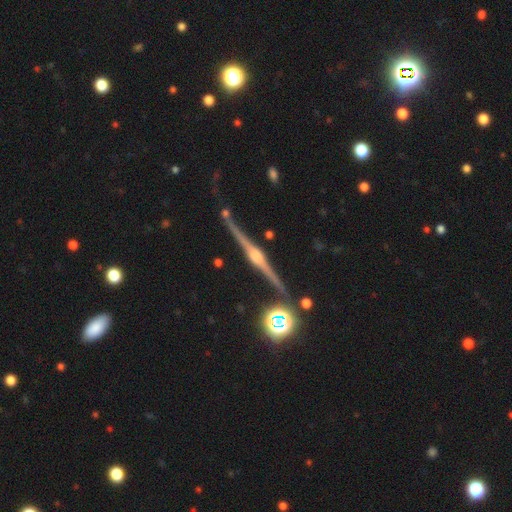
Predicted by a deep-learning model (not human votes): Q: Smooth or featured?
A: featured or disk (90%); runner-up: star or artifact (6%)
Q: Edge-on disk?
A: yes (98%); runner-up: no (2%)
Q: Edge-on bulge?
A: rounded (90%); runner-up: boxy (6%)
Q: Merging?
A: none (87%); runner-up: minor disturbance (9%)